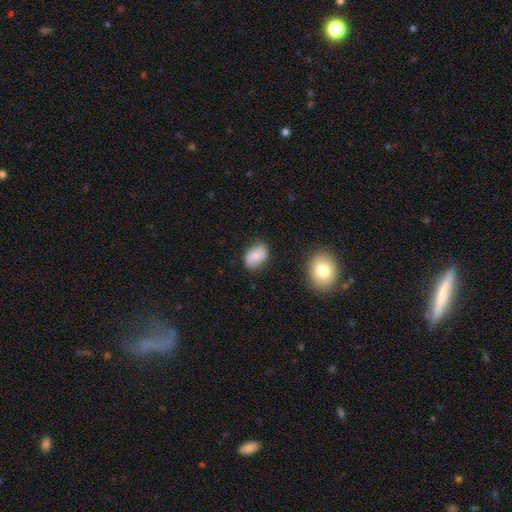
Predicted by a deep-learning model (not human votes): Smooth or featured?
  - smooth: 75% *
  - featured or disk: 17%
  - star or artifact: 8%
How rounded?
  - in between: 86% *
  - round: 12%
  - cigar-shaped: 2%
Merging?
  - none: 73% *
  - minor disturbance: 20%
  - major disturbance: 4%
  - merger: 3%